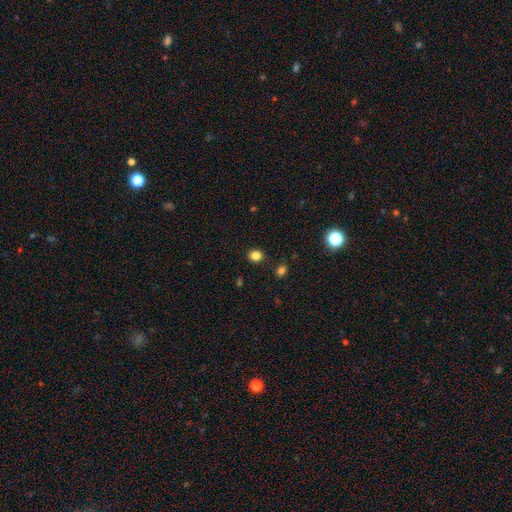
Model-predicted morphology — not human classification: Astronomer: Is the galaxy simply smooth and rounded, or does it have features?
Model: smooth — 82%.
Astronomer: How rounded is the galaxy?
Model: round — 80%.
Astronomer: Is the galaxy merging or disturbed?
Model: none — 89%.